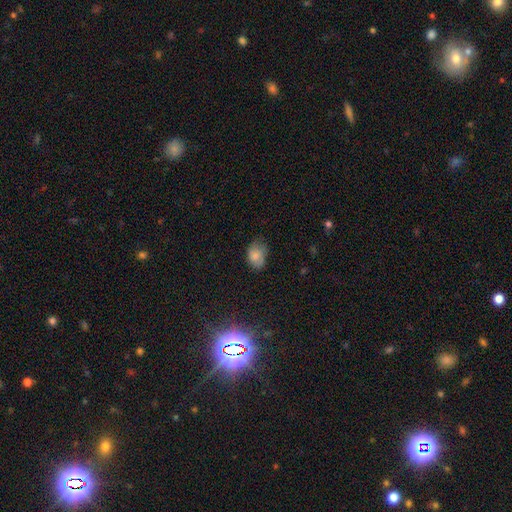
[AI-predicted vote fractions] smooth-or-featured: smooth: 81% | star or artifact: 10% | featured or disk: 9%
  how-rounded: in between: 70% | round: 29% | cigar-shaped: 1%
  merging: none: 60% | minor disturbance: 30% | major disturbance: 8% | merger: 2%